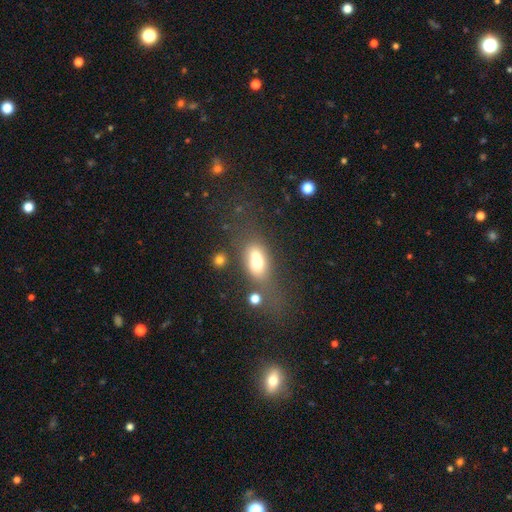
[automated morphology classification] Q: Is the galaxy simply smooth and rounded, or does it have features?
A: smooth — 63%.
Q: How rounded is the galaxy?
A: in between — 70%.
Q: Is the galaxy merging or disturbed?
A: merger — 51%.